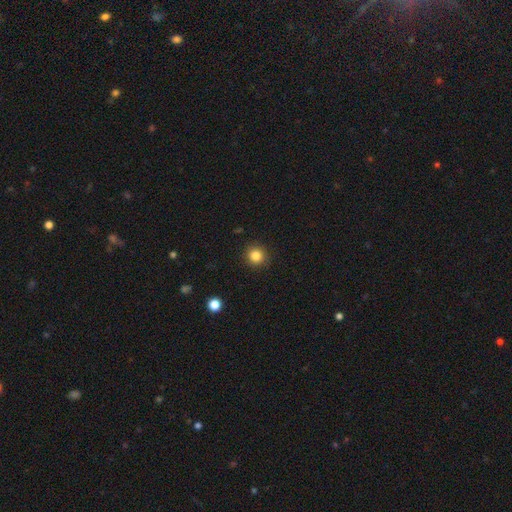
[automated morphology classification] The model was most divided on "smooth or featured": smooth: 84%, star or artifact: 11%, featured or disk: 5%. More confident: how rounded — round (94%); merging — none (92%).